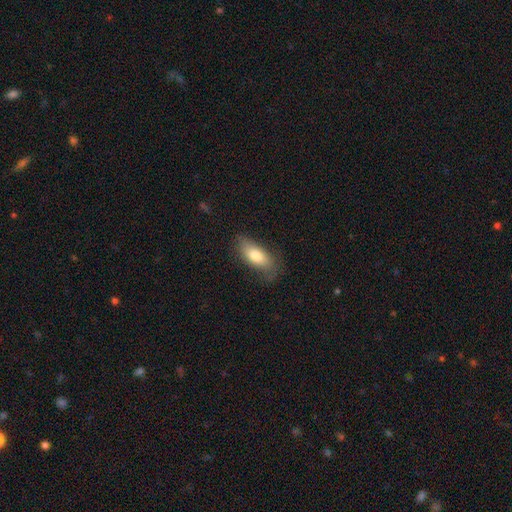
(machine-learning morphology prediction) The model was most divided on "merging": none: 69%, minor disturbance: 23%, major disturbance: 7%, merger: 1%. More confident: how rounded — in between (82%); smooth or featured — smooth (76%).